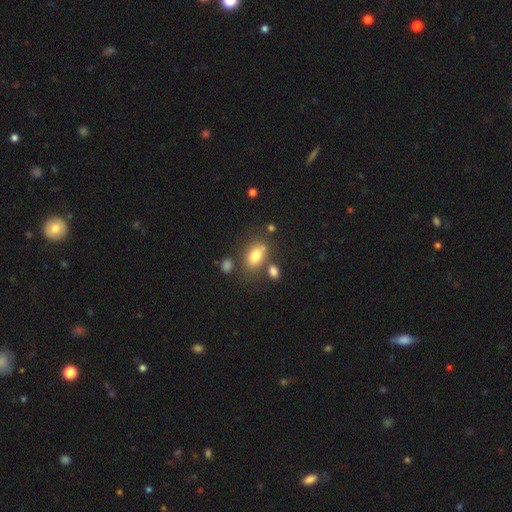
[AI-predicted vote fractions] Smooth or featured? Predicted: smooth (p=0.77). How rounded? Predicted: in between (p=0.77). Merging? Predicted: none (p=0.63).